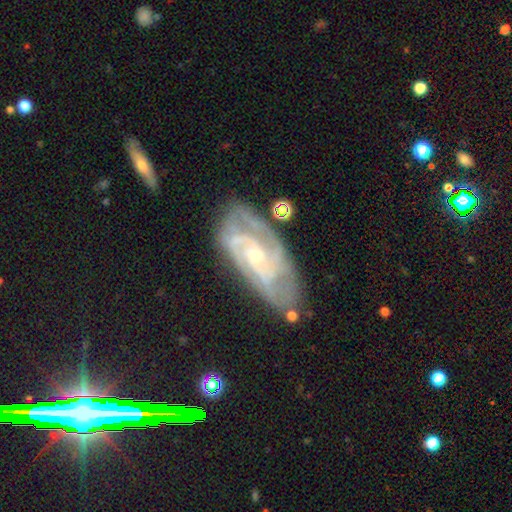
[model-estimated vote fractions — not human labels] Overall: featured or disk (86%). Edge-on disk: no (94%). Bar: no (61%; weak 32%). Spiral arms: yes (95%). Spiral arm count: 2 (31%; can't tell 26%). Spiral winding: tight (55%; medium 37%). Bulge size: small (64%; moderate 31%). Merging: none (65%).